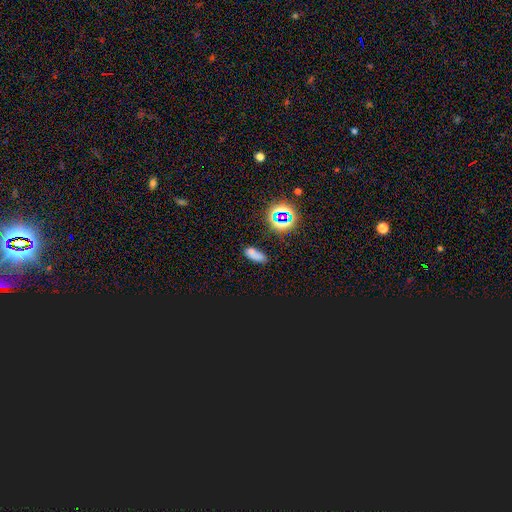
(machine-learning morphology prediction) Smooth or featured?
  - smooth: 61% *
  - star or artifact: 30%
  - featured or disk: 10%
How rounded?
  - in between: 73% *
  - cigar-shaped: 20%
  - round: 7%
Merging?
  - none: 67% *
  - minor disturbance: 18%
  - merger: 8%
  - major disturbance: 7%